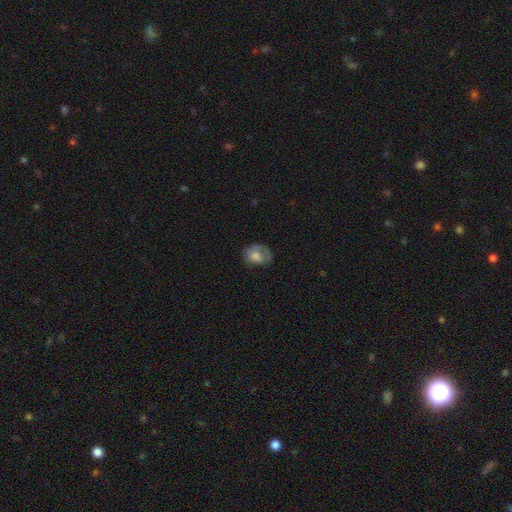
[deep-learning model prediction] Smooth or featured: smooth — 70% (featured or disk — 22%)
How rounded: in between — 58% (round — 41%)
Merging: none — 51% (minor disturbance — 30%)